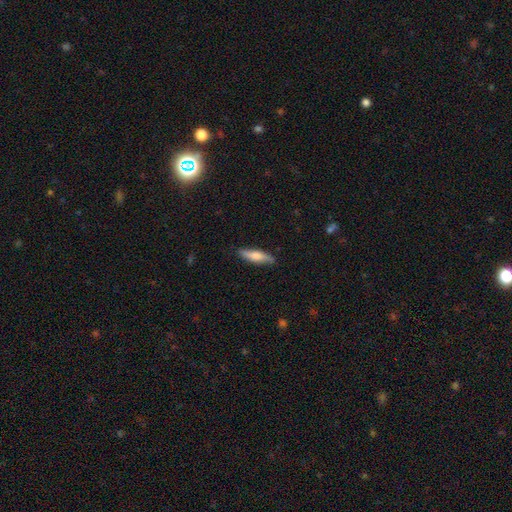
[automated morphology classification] Smooth or featured?
  - smooth: 68% *
  - featured or disk: 26%
  - star or artifact: 5%
How rounded?
  - cigar-shaped: 72% *
  - in between: 26%
  - round: 2%
Merging?
  - none: 86% *
  - minor disturbance: 11%
  - major disturbance: 2%
  - merger: 1%